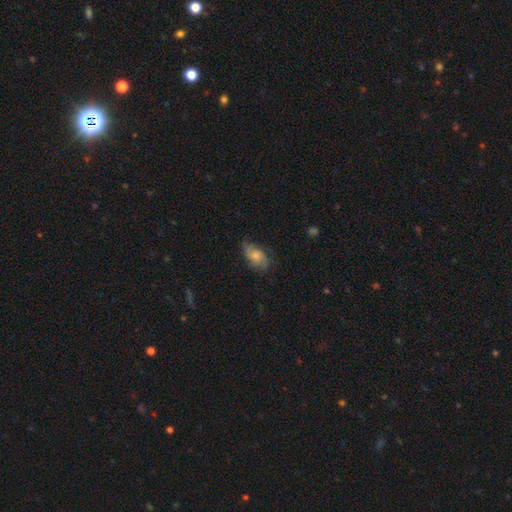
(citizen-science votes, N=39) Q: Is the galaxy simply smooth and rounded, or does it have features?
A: smooth — 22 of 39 (56%).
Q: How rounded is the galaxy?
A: in between — 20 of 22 (91%).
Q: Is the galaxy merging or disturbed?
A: none — 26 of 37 (70%).